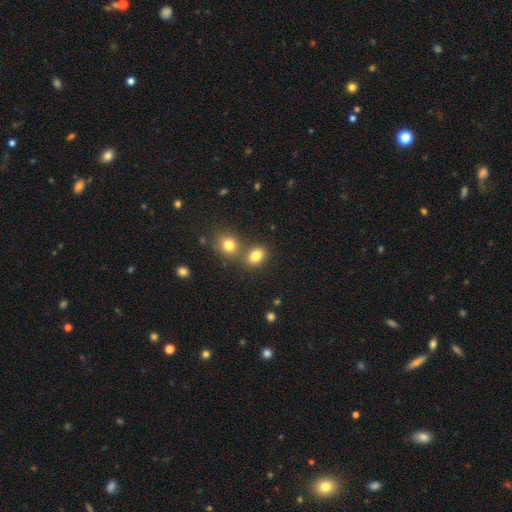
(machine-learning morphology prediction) Smooth or featured? smooth (81%)
How rounded? in between (60%)
Merging? none (61%)